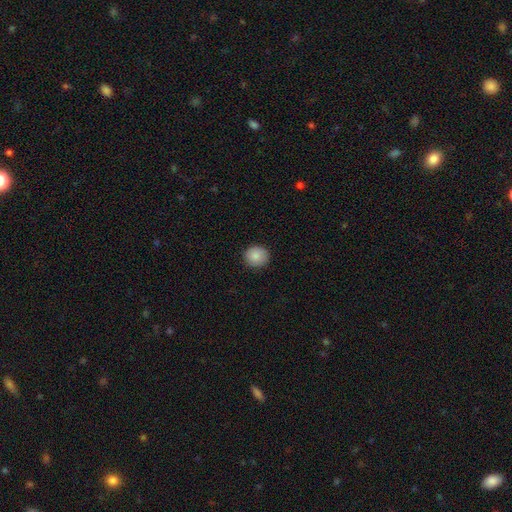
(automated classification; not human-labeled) Morphology: type=smooth (87%); roundness=round (86%); merging=none (89%).